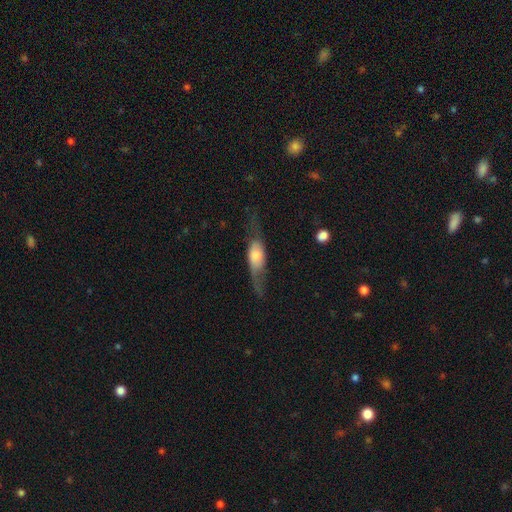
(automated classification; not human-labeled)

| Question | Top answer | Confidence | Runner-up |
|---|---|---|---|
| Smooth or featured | featured or disk | 48% | smooth (46%) |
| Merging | none | 45% | major disturbance (27%) |